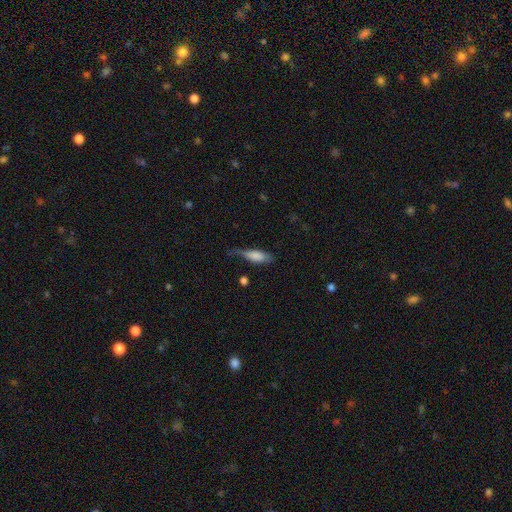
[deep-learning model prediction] A smooth galaxy with no disk features (77%) that is in between round and cigar-shaped (59%). Merging: minor disturbance (40%).